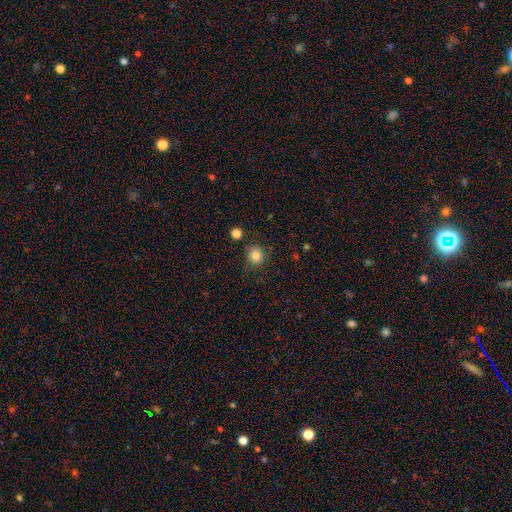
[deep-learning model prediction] Smooth or featured: smooth — 83% (star or artifact — 12%)
How rounded: round — 87% (in between — 12%)
Merging: none — 83% (minor disturbance — 11%)